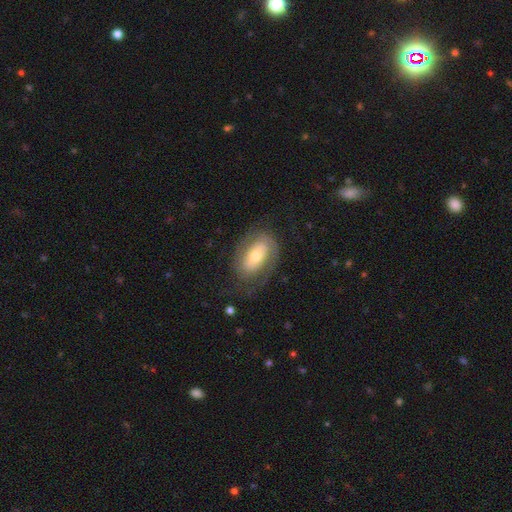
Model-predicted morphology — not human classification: This appears to be a featured or disk galaxy (66%) with no bar (53%), 2 (71%) tight (47%) spiral arms (80%) and a moderate central bulge (50%). Merging: none (67%).